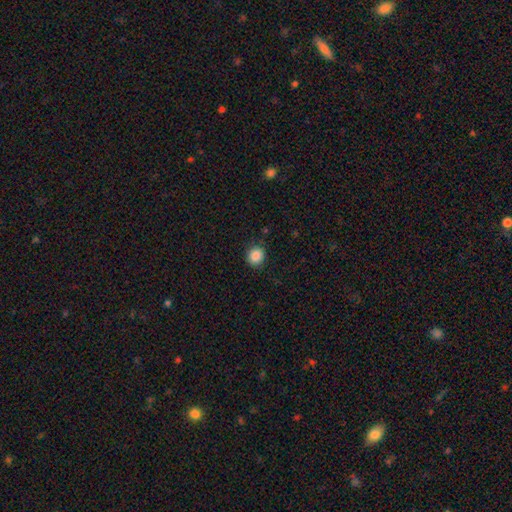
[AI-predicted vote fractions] smooth_or_featured: smooth (p=0.87) [alt: star or artifact p=0.09]
how_rounded: round (p=0.80) [alt: in between p=0.19]
merging: none (p=0.88) [alt: minor disturbance p=0.09]